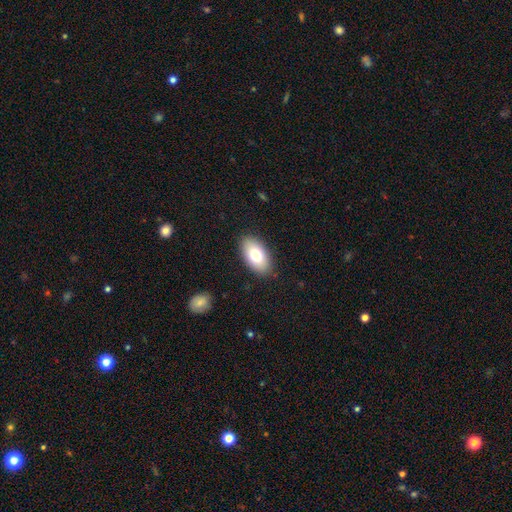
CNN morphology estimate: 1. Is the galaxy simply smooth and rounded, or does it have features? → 78% smooth, 15% featured or disk, 7% star or artifact.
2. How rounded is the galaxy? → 94% in between, 3% round, 2% cigar-shaped.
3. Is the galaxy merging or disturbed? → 87% none, 9% minor disturbance, 2% major disturbance, 1% merger.